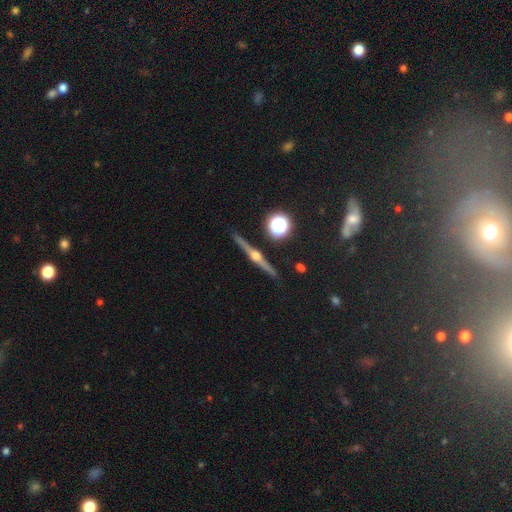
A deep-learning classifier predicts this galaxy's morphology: type=featured or disk (83%); edge-on=yes (98%); edge-on bulge=rounded (94%); merging=none (91%).